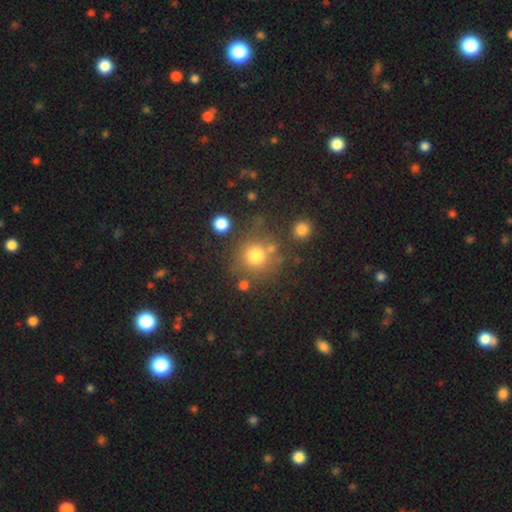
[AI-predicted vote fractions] smooth-or-featured: smooth: 75% | star or artifact: 15% | featured or disk: 10%
  how-rounded: round: 91% | in between: 8% | cigar-shaped: 1%
  merging: none: 70% | minor disturbance: 12% | merger: 12% | major disturbance: 6%